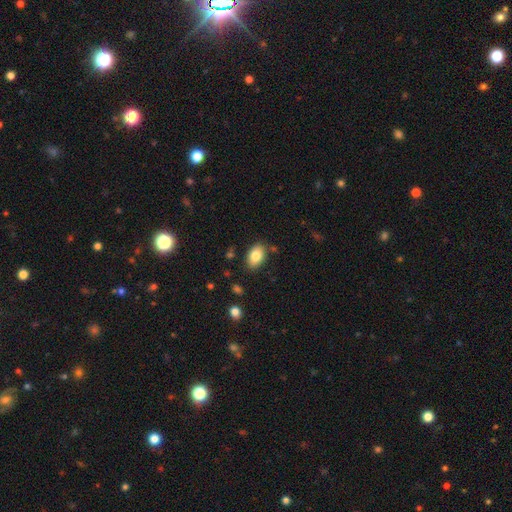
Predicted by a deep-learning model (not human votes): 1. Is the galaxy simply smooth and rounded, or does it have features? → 83% smooth, 10% featured or disk, 8% star or artifact.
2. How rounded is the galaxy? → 90% in between, 9% round, 1% cigar-shaped.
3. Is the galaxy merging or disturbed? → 85% none, 11% minor disturbance, 2% major disturbance, 2% merger.